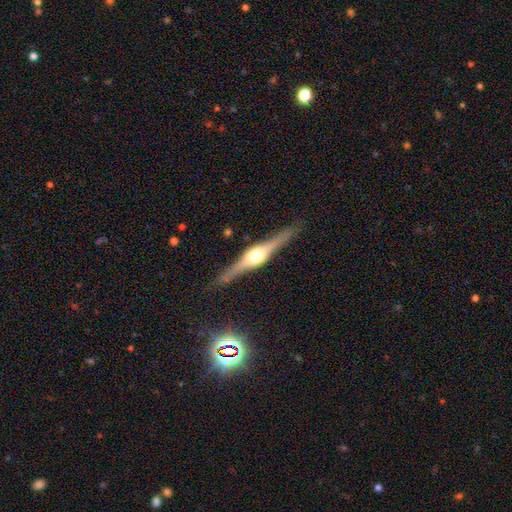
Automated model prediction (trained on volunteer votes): A featured or disk galaxy (85%) viewed edge-on (98%) with a rounded central bulge (90%).

Vote fractions:
- Smooth or featured? featured or disk: 85% / smooth: 10% / star or artifact: 5%
- Edge-on disk? yes: 98% / no: 2%
- Edge-on bulge? rounded: 90% / boxy: 8% / none: 2%
- Merging? none: 88% / minor disturbance: 8% / major disturbance: 2% / merger: 1%